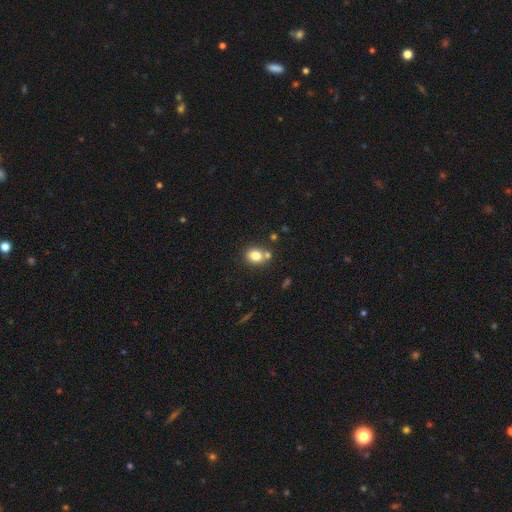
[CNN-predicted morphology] Smooth or featured?
  - smooth: 80% *
  - star or artifact: 11%
  - featured or disk: 9%
How rounded?
  - round: 61% *
  - in between: 38%
  - cigar-shaped: 1%
Merging?
  - none: 63% *
  - merger: 22%
  - minor disturbance: 12%
  - major disturbance: 3%